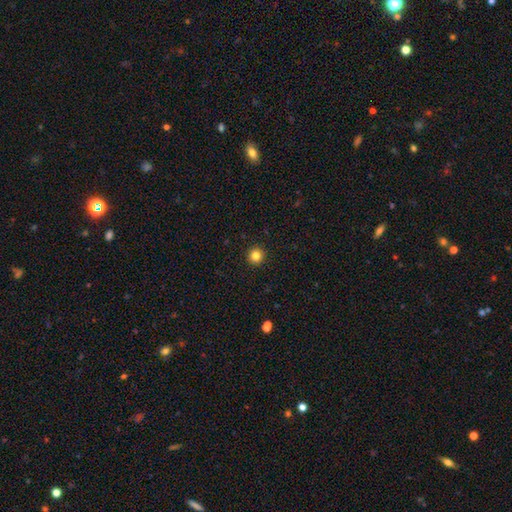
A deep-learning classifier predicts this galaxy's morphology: Q: Smooth or featured?
A: smooth (83%); runner-up: star or artifact (12%)
Q: How rounded?
A: round (96%); runner-up: in between (3%)
Q: Merging?
A: none (94%); runner-up: minor disturbance (4%)